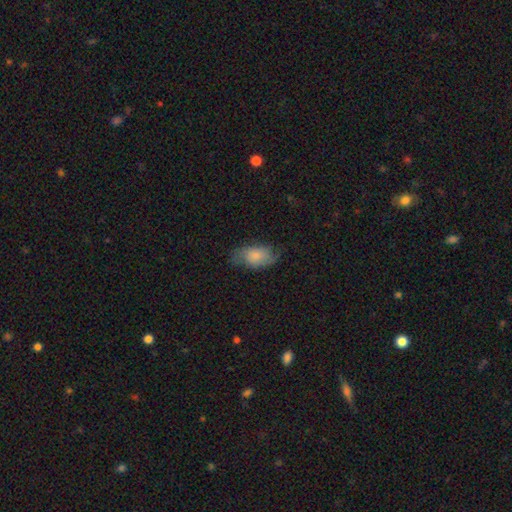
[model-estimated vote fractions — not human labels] Smooth or featured?
  - smooth: 62% *
  - featured or disk: 31%
  - star or artifact: 8%
How rounded?
  - in between: 90% *
  - round: 7%
  - cigar-shaped: 3%
Merging?
  - none: 62% *
  - minor disturbance: 25%
  - major disturbance: 12%
  - merger: 1%